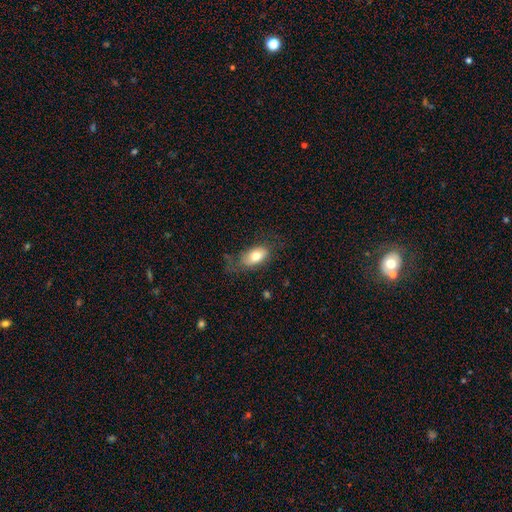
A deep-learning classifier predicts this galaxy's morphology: Smooth or featured? Predicted: smooth (p=0.73). How rounded? Predicted: in between (p=0.90). Merging? Predicted: none (p=0.58).